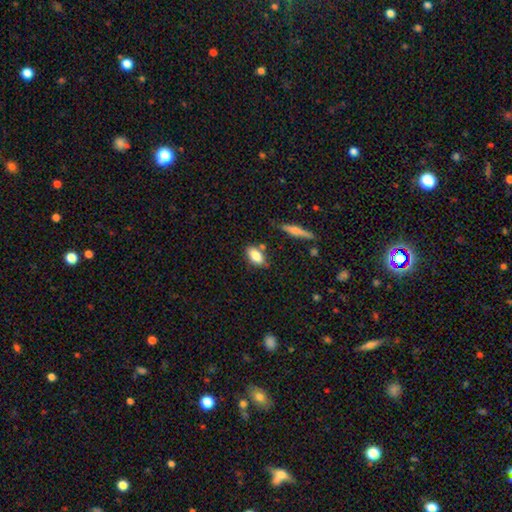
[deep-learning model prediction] smooth-or-featured: smooth: 82% | featured or disk: 11% | star or artifact: 7%
  how-rounded: in between: 88% | cigar-shaped: 7% | round: 5%
  merging: none: 75% | minor disturbance: 15% | merger: 7% | major disturbance: 3%